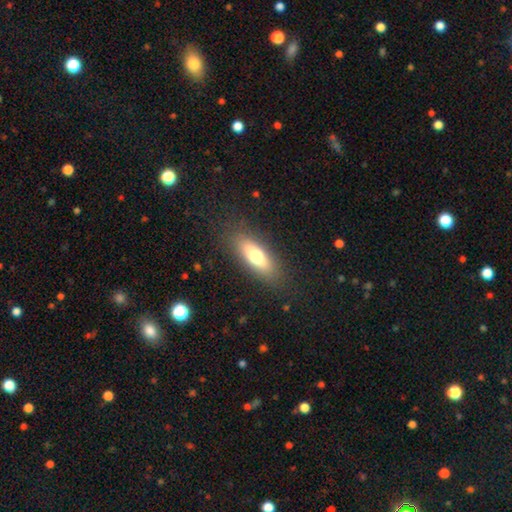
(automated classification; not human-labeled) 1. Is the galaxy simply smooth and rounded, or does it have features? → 68% smooth, 24% featured or disk, 8% star or artifact.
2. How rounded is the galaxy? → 63% in between, 34% cigar-shaped, 3% round.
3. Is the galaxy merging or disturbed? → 84% none, 11% minor disturbance, 4% major disturbance, 1% merger.